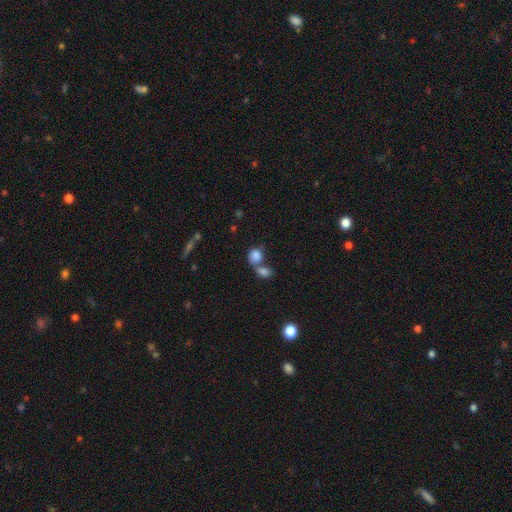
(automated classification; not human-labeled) smooth_or_featured: smooth (p=0.83) [alt: star or artifact p=0.09]
how_rounded: round (p=0.58) [alt: in between p=0.40]
merging: merger (p=0.55) [alt: none p=0.32]